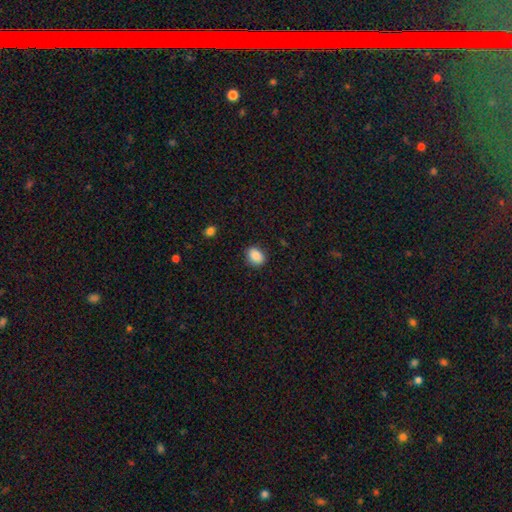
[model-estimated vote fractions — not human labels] Smooth or featured? Predicted: smooth (p=0.87). How rounded? Predicted: in between (p=0.59). Merging? Predicted: none (p=0.87).